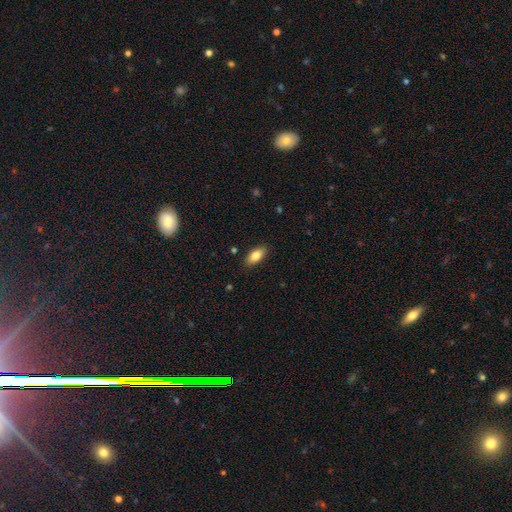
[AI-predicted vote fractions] Smooth or featured?
  - smooth: 83% *
  - featured or disk: 10%
  - star or artifact: 7%
How rounded?
  - in between: 88% *
  - cigar-shaped: 9%
  - round: 3%
Merging?
  - none: 87% *
  - minor disturbance: 10%
  - major disturbance: 2%
  - merger: 1%